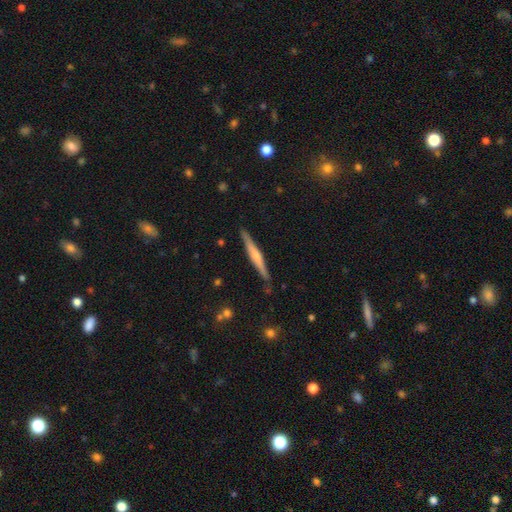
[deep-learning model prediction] Morphology: type=featured or disk (60%); edge-on=yes (97%); edge-on bulge=rounded (59%); merging=none (87%).